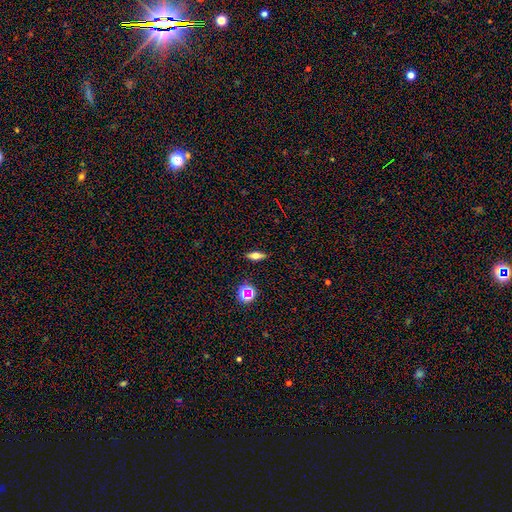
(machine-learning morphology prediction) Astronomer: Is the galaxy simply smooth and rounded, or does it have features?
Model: smooth — 50% (runner-up: featured or disk, 36%).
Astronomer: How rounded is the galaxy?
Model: in between — 60%.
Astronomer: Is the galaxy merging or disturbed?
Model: none — 88%.